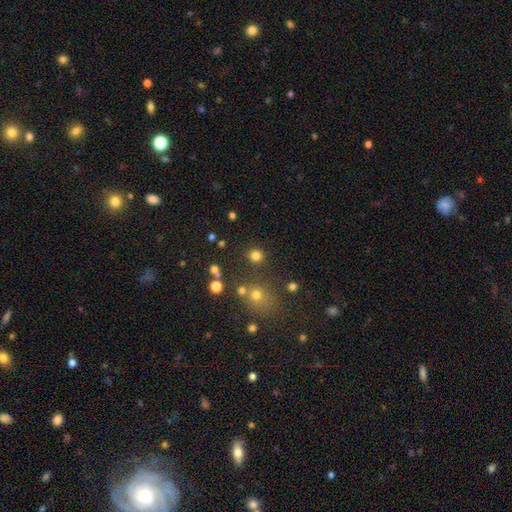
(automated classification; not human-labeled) A smooth galaxy with no disk features (78%) that is round (90%). Merging: none (84%).